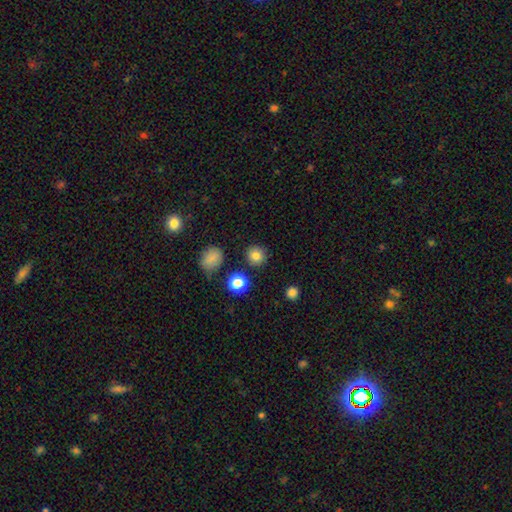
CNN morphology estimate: smooth 81%, star or artifact 12%, featured or disk 6%. Down the decision tree: how rounded — round (91%); merging — none (87%).